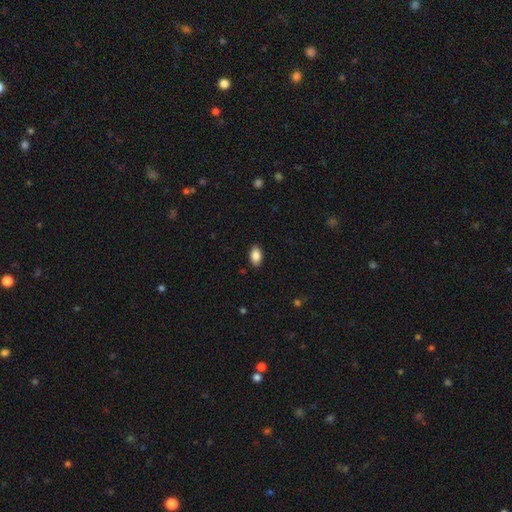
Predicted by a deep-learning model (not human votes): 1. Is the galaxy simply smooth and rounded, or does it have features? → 87% smooth, 8% star or artifact, 5% featured or disk.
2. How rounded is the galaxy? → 92% in between, 6% round, 2% cigar-shaped.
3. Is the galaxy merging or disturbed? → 89% none, 8% minor disturbance, 2% major disturbance, 1% merger.